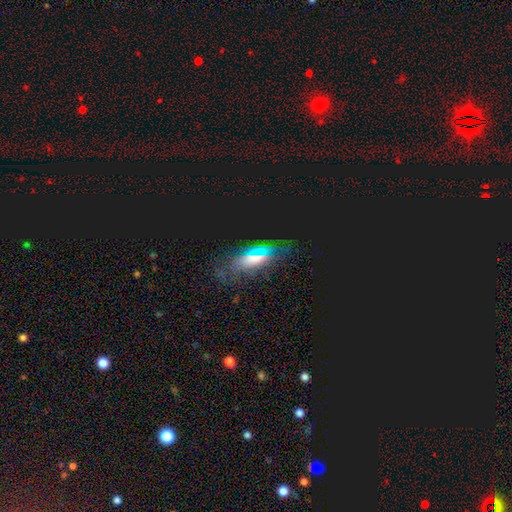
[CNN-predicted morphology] A featured or disk galaxy (35%, tied with smooth). Merging: none (68%).